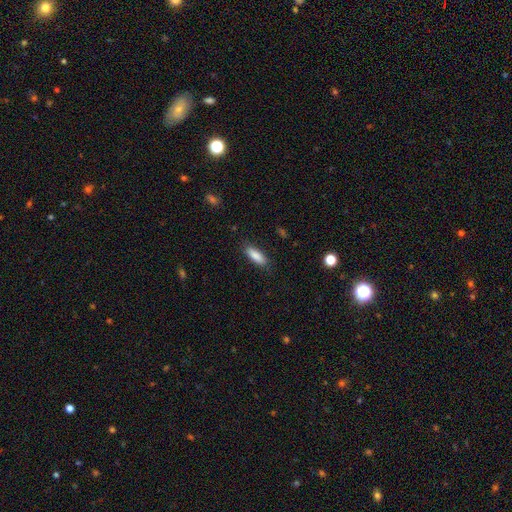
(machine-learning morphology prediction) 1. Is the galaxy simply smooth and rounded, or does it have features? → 86% smooth, 7% featured or disk, 7% star or artifact.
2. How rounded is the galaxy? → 58% in between, 41% cigar-shaped, 2% round.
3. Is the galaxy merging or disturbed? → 85% none, 11% minor disturbance, 3% major disturbance, 1% merger.